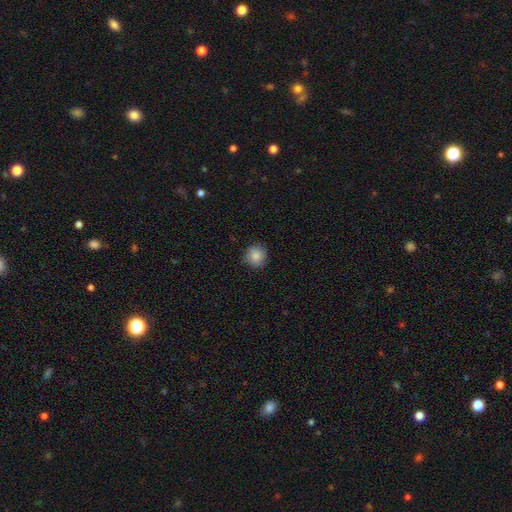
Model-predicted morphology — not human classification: A smooth galaxy with no disk features (86%) that is round (90%).

Vote fractions:
- Smooth or featured? smooth: 86% / star or artifact: 8% / featured or disk: 6%
- How rounded? round: 90% / in between: 9% / cigar-shaped: 1%
- Merging? none: 83% / minor disturbance: 14% / major disturbance: 3% / merger: 1%